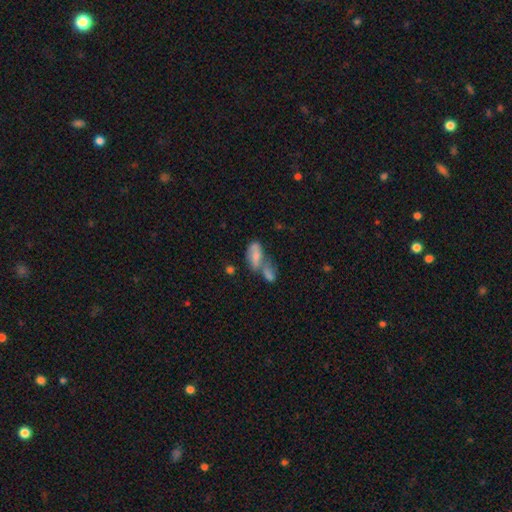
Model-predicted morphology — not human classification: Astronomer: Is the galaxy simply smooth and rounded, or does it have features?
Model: smooth — 61%.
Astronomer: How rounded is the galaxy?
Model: in between — 88%.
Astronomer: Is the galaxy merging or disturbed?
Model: merger — 58%.